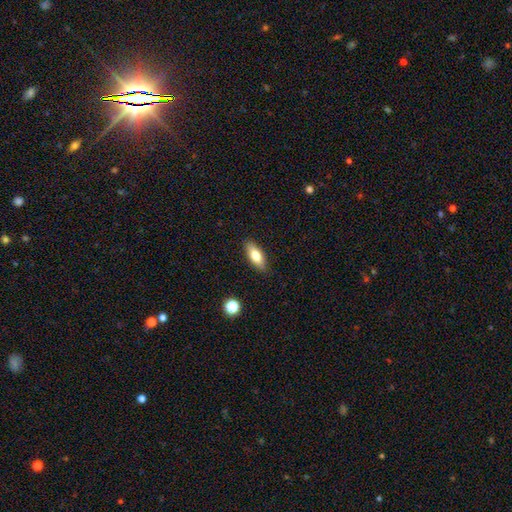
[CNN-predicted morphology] Q: Smooth or featured?
A: smooth (75%); runner-up: featured or disk (18%)
Q: How rounded?
A: in between (76%); runner-up: cigar-shaped (21%)
Q: Merging?
A: none (88%); runner-up: minor disturbance (9%)